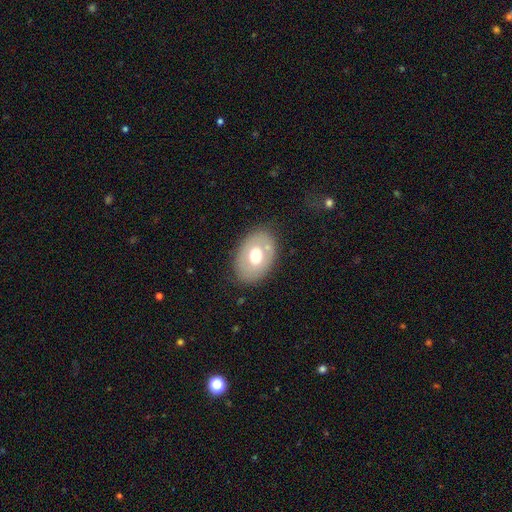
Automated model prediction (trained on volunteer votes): smooth-or-featured: smooth: 60% | featured or disk: 32% | star or artifact: 8%
  how-rounded: in between: 78% | round: 21% | cigar-shaped: 1%
  merging: none: 77% | minor disturbance: 14% | major disturbance: 5% | merger: 5%